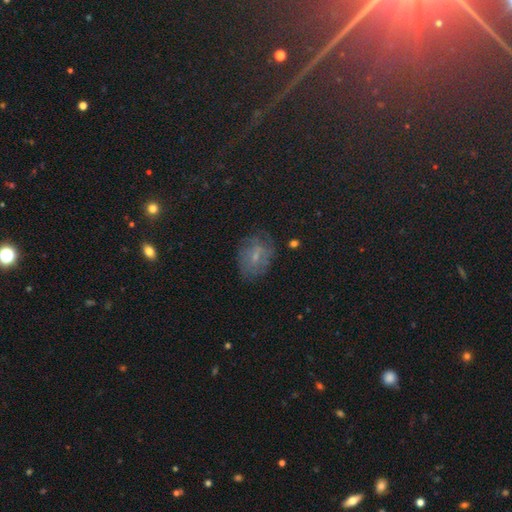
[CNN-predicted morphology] smooth 40%, featured or disk 36%, star or artifact 24%. Down the decision tree: merging — none (66%).